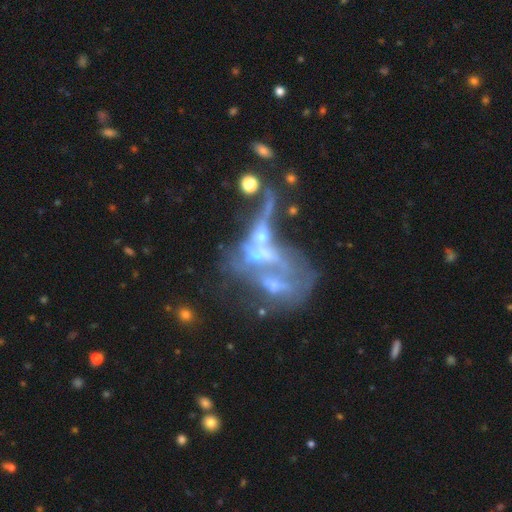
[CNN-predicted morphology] type=featured or disk (54%); edge-on=no (91%); merging=merger (57%).